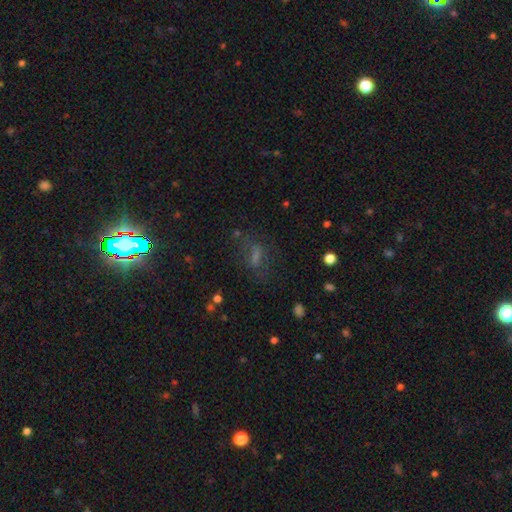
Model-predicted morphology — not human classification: A star or artifact, not a galaxy (39%).

Vote fractions:
- Smooth or featured? star or artifact: 39% / smooth: 37% / featured or disk: 23%